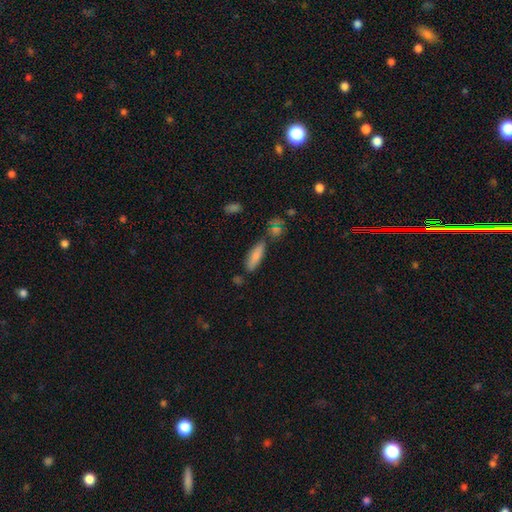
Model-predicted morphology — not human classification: The model was most divided on "how rounded": cigar-shaped: 52%, in between: 46%, round: 2%. More confident: smooth or featured — smooth (78%); merging — none (71%).